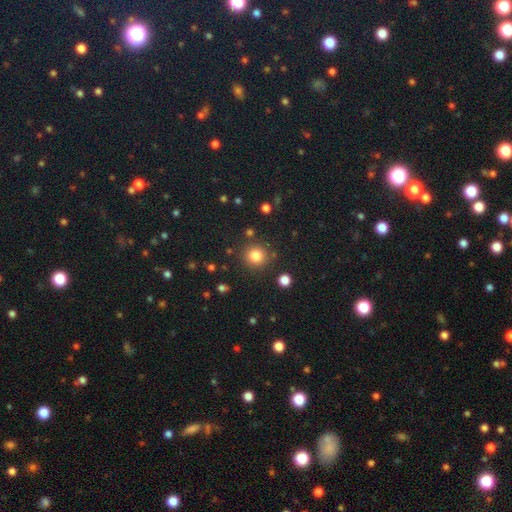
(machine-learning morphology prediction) type=smooth (82%); roundness=round (93%); merging=none (87%).